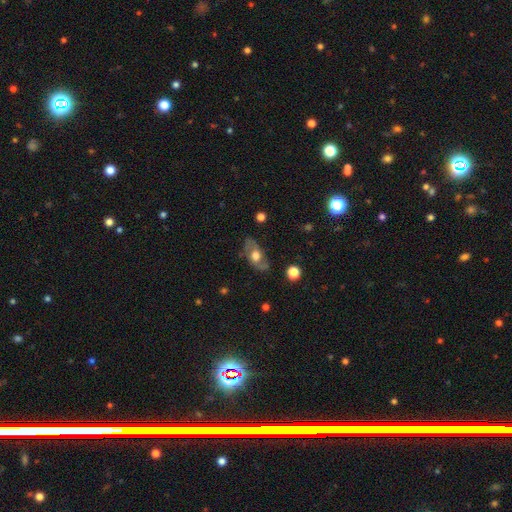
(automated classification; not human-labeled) Smooth or featured: featured or disk — 51% (smooth — 41%)
Edge-on disk: no — 79% (yes — 21%)
Merging: none — 74% (minor disturbance — 18%)